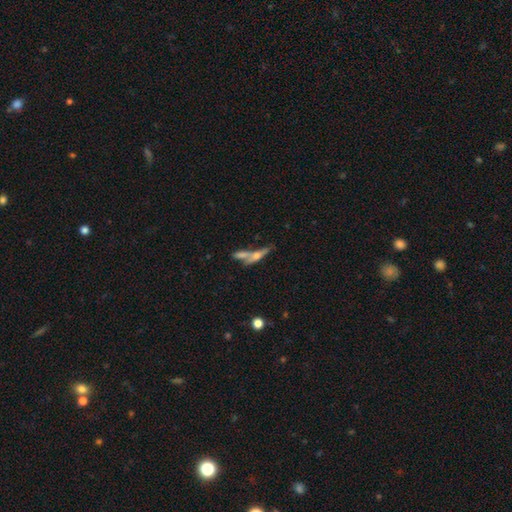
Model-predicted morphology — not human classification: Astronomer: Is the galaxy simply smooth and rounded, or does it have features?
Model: featured or disk — 50% (runner-up: smooth, 40%).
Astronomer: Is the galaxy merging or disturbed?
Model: merger — 44% (runner-up: none, 37%).